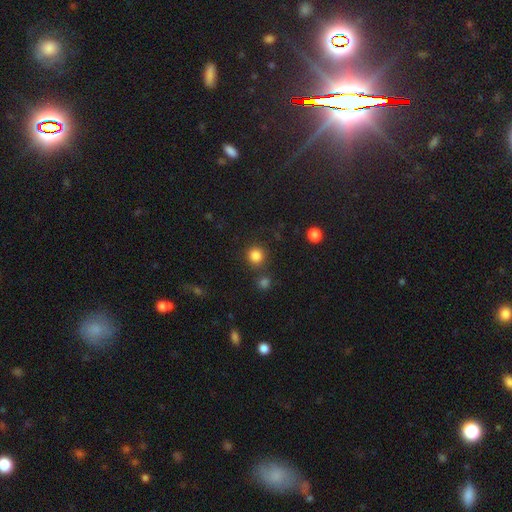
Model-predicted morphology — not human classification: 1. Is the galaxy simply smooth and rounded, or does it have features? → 84% smooth, 12% star or artifact, 4% featured or disk.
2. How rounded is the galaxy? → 92% round, 7% in between, 1% cigar-shaped.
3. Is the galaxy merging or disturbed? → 81% none, 8% minor disturbance, 8% merger, 3% major disturbance.